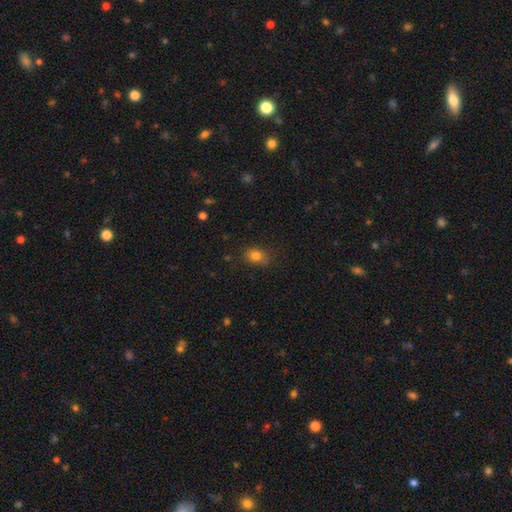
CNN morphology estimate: Smooth or featured? Predicted: smooth (p=0.81). How rounded? Predicted: in between (p=0.58). Merging? Predicted: none (p=0.71).